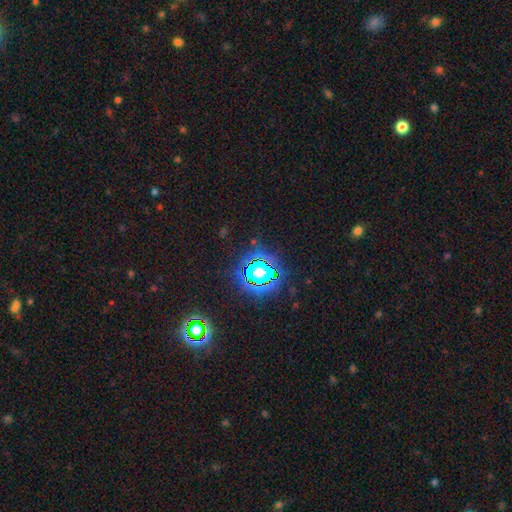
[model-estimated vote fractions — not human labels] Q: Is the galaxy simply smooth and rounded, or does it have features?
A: star or artifact — 83%.